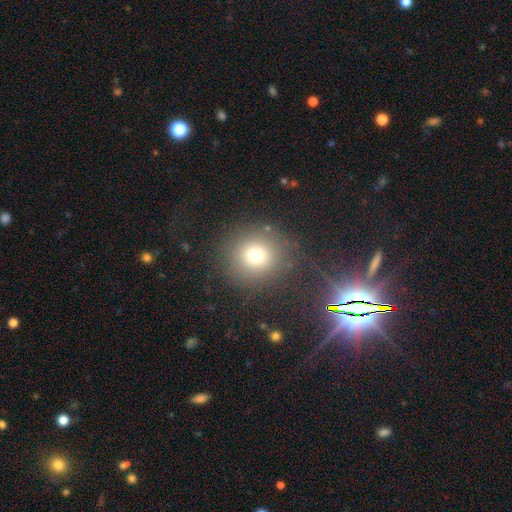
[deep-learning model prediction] The model was most divided on "smooth or featured": smooth: 72%, star or artifact: 18%, featured or disk: 10%. More confident: how rounded — round (92%); merging — none (83%).